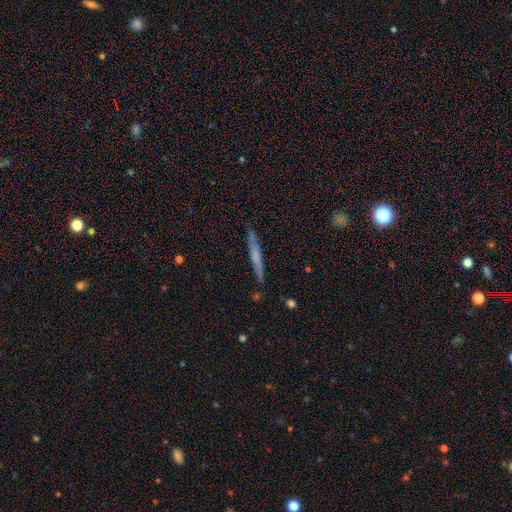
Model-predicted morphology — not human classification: A smooth galaxy with no disk features (50%). Merging: none (88%).